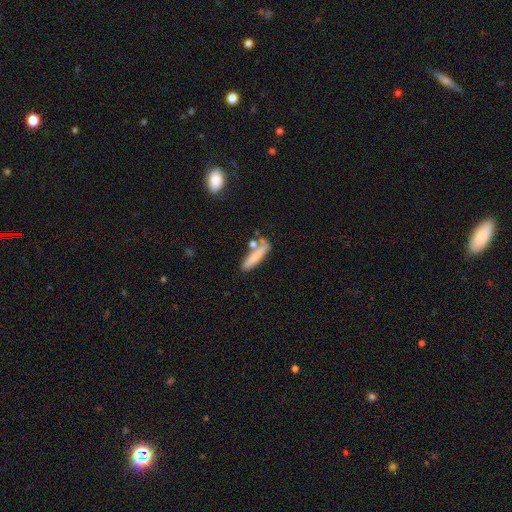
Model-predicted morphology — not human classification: Smooth or featured? smooth (78%)
How rounded? cigar-shaped (83%)
Merging? none (69%)